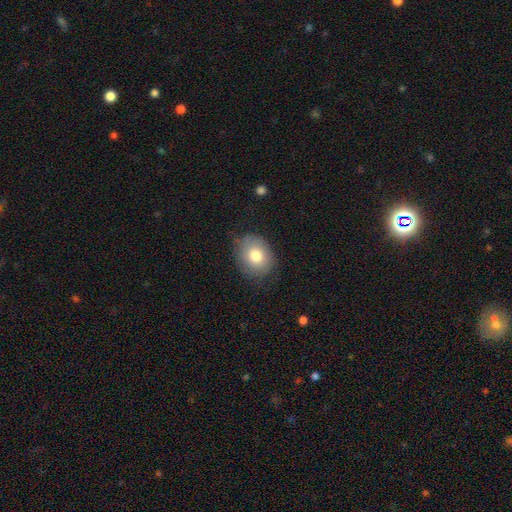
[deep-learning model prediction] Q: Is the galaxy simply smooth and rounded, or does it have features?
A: smooth — 78%.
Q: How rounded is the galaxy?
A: round — 50%.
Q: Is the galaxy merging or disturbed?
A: none — 74%.